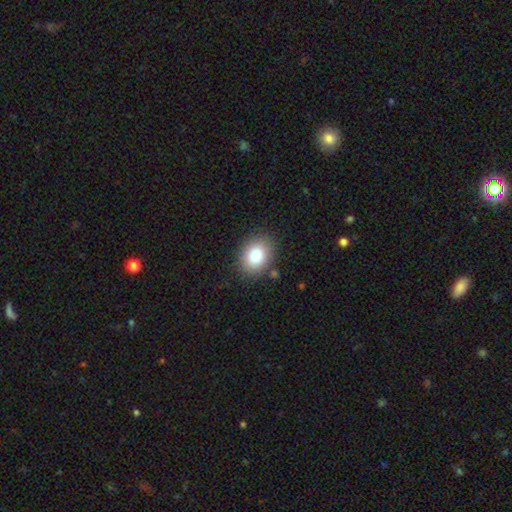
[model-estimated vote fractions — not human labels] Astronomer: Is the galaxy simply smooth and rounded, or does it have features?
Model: smooth — 86%.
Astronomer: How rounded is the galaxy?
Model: in between — 70%.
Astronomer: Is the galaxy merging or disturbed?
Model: none — 84%.